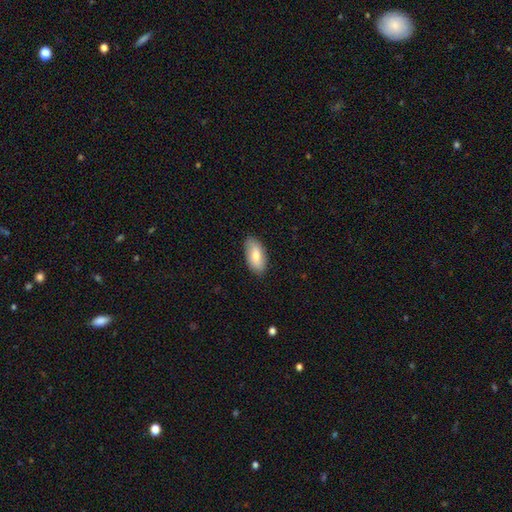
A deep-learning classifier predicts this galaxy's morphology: Smooth or featured? Predicted: smooth (p=0.75). How rounded? Predicted: in between (p=0.92). Merging? Predicted: none (p=0.86).